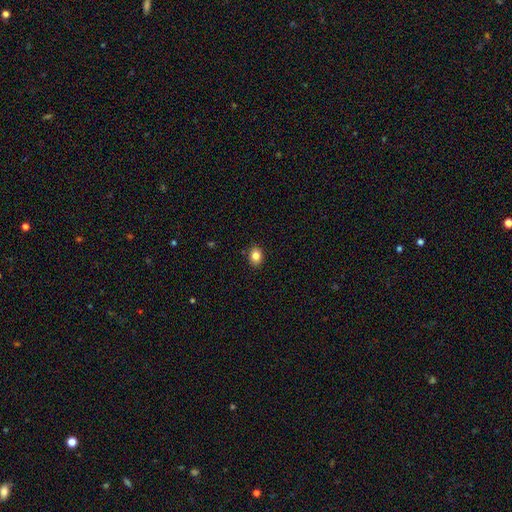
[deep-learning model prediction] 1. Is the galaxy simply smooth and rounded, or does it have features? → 84% smooth, 10% star or artifact, 6% featured or disk.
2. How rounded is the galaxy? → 56% in between, 43% round, 1% cigar-shaped.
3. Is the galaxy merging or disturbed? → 89% none, 8% minor disturbance, 2% major disturbance, 1% merger.